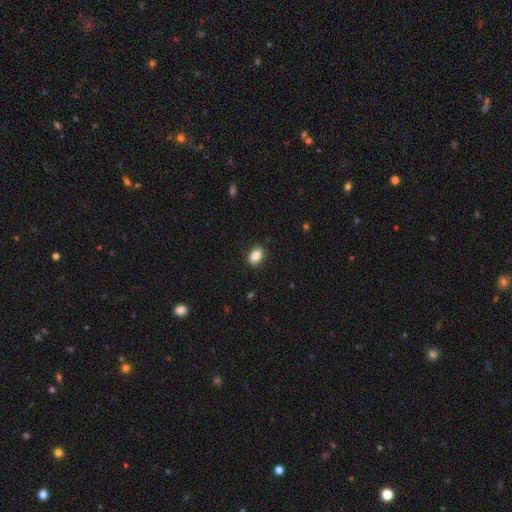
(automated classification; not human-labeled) Smooth or featured?
  - smooth: 87% *
  - star or artifact: 8%
  - featured or disk: 5%
How rounded?
  - in between: 83% *
  - round: 15%
  - cigar-shaped: 2%
Merging?
  - none: 84% *
  - minor disturbance: 12%
  - major disturbance: 3%
  - merger: 1%